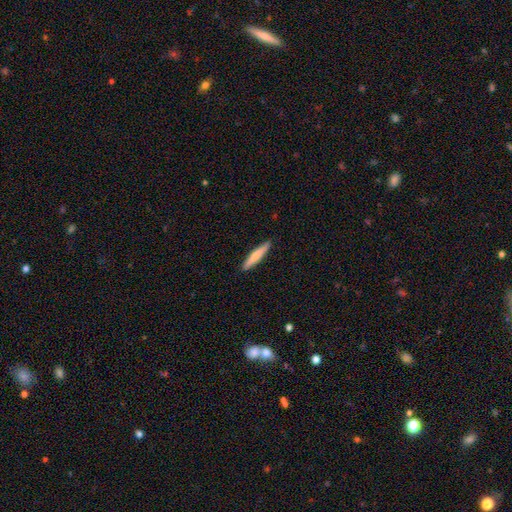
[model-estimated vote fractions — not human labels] A smooth galaxy with no disk features (69%) that is cigar-shaped (92%).

Vote fractions:
- Smooth or featured? smooth: 69% / featured or disk: 26% / star or artifact: 5%
- How rounded? cigar-shaped: 92% / in between: 7% / round: 1%
- Merging? none: 91% / minor disturbance: 7% / major disturbance: 1% / merger: 1%